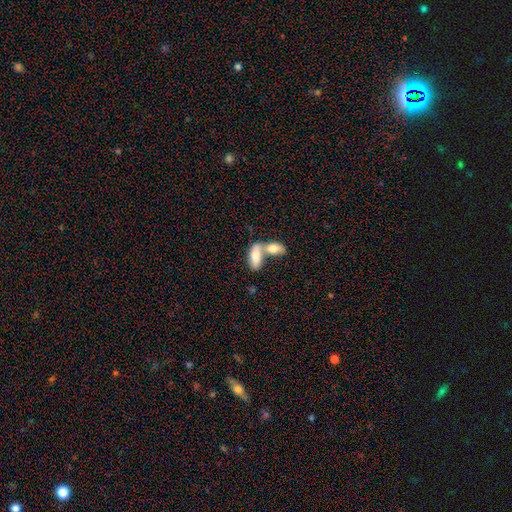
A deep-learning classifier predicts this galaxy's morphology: Q: Smooth or featured?
A: smooth (76%); runner-up: featured or disk (18%)
Q: How rounded?
A: in between (84%); runner-up: cigar-shaped (13%)
Q: Merging?
A: merger (72%); runner-up: none (18%)